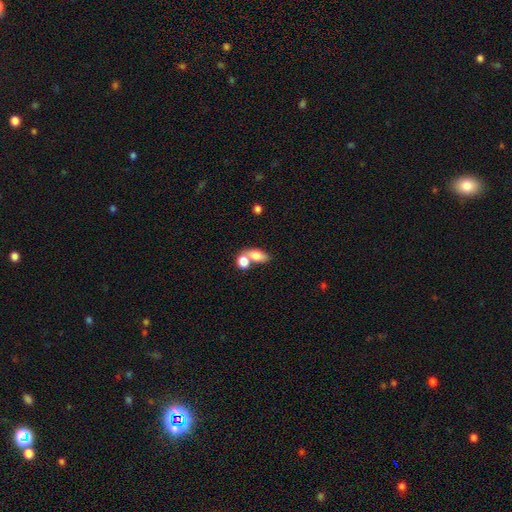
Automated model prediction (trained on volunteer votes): smooth 79%, featured or disk 13%, star or artifact 8%. Down the decision tree: how rounded — in between (81%); merging — merger (54%).